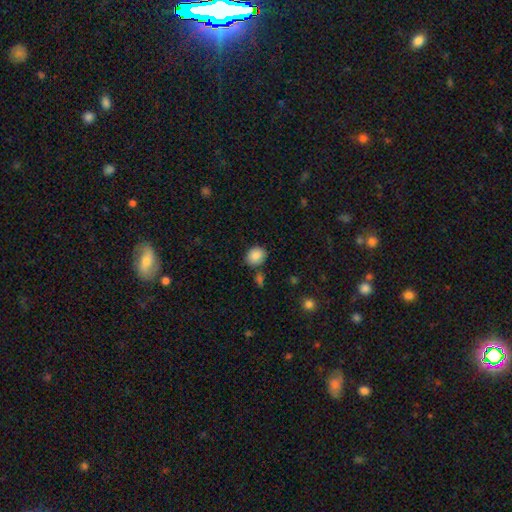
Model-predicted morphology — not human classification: The model was most divided on "how rounded": round: 56%, in between: 43%, cigar-shaped: 1%. More confident: smooth or featured — smooth (87%); merging — none (76%).